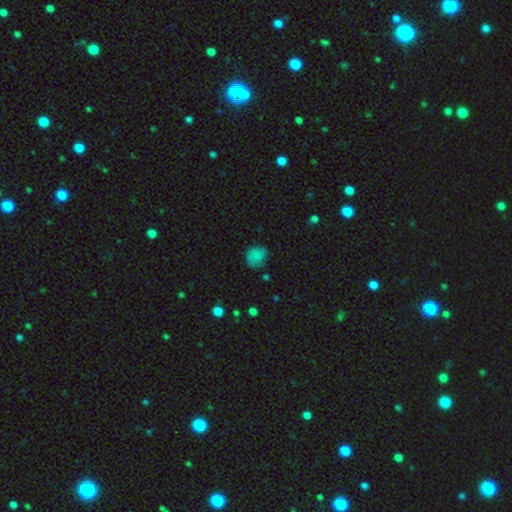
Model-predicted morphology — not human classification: Overall: smooth (74%). How rounded: round (78%). Merging: none (64%; minor disturbance 25%).